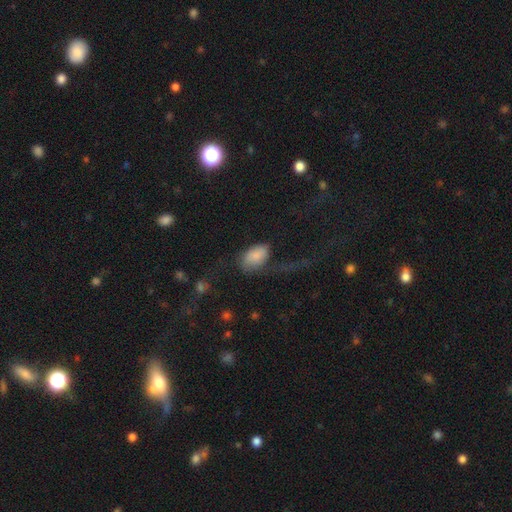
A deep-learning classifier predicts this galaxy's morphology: Smooth or featured: smooth — 80% (featured or disk — 12%)
How rounded: in between — 93% (round — 6%)
Merging: none — 39% (major disturbance — 35%)